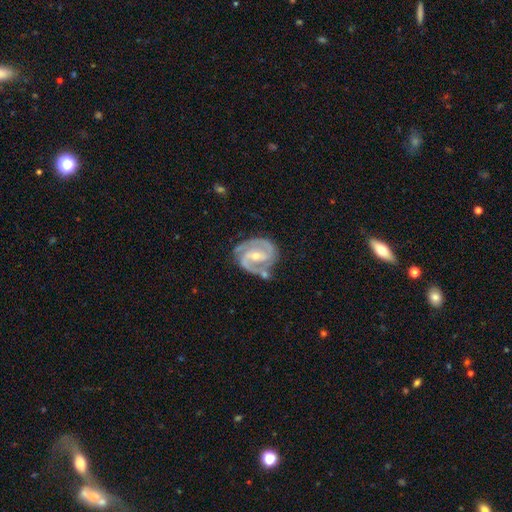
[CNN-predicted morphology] This appears to be a featured or disk galaxy (91%) with a weak bar (43%), 2 (87%) medium (48%) spiral arms (98%) and a small central bulge (52%). Merging: none (69%).